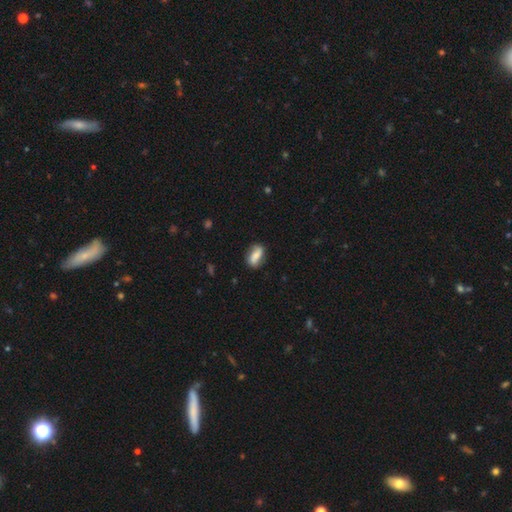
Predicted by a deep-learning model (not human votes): The model was most divided on "smooth or featured": smooth: 58%, featured or disk: 34%, star or artifact: 8%. More confident: how rounded — in between (81%); merging — none (77%).